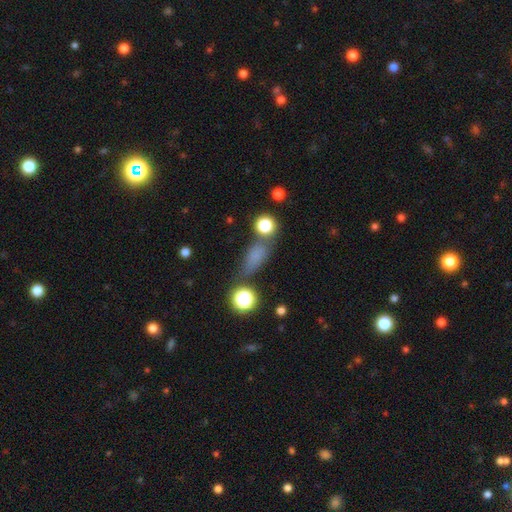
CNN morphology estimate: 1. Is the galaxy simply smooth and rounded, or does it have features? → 70% smooth, 19% star or artifact, 11% featured or disk.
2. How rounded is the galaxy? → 57% in between, 24% cigar-shaped, 18% round.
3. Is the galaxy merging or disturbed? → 60% none, 20% minor disturbance, 10% merger, 10% major disturbance.